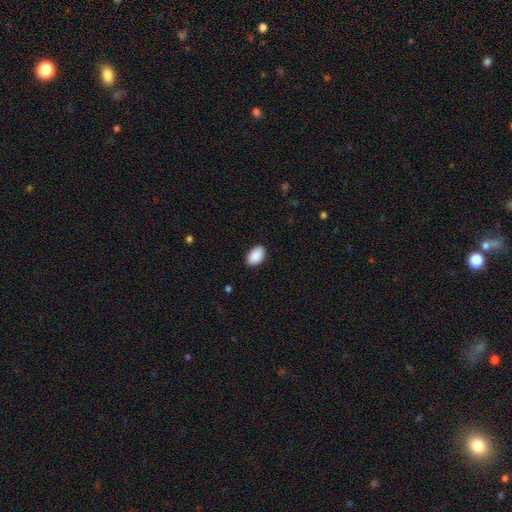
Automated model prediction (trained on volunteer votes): smooth-or-featured: smooth: 91% | star or artifact: 6% | featured or disk: 3%
  how-rounded: in between: 93% | round: 6% | cigar-shaped: 1%
  merging: none: 89% | minor disturbance: 8% | major disturbance: 2% | merger: 1%